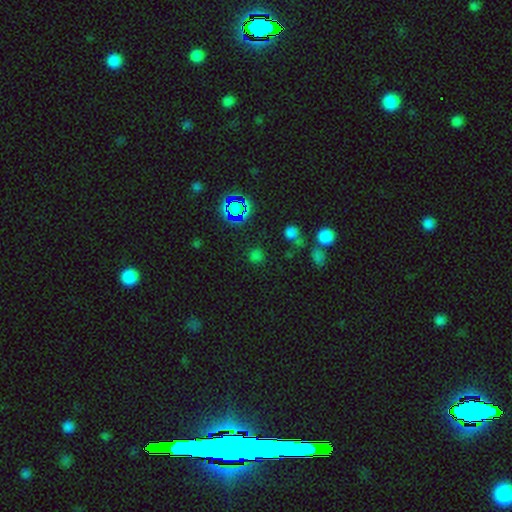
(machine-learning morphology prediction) Smooth or featured? smooth (57%)
How rounded? round (89%)
Merging? none (81%)